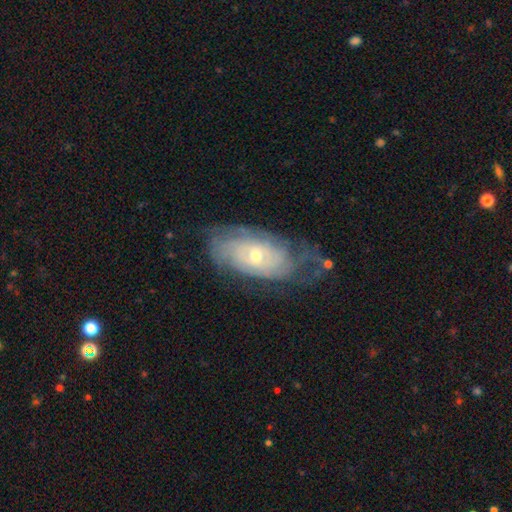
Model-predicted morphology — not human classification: Q: Smooth or featured?
A: featured or disk (78%); runner-up: smooth (16%)
Q: Edge-on disk?
A: no (93%); runner-up: yes (7%)
Q: Bar?
A: no (76%); runner-up: weak (20%)
Q: Spiral arms?
A: yes (88%); runner-up: no (12%)
Q: Spiral winding?
A: tight (71%); runner-up: medium (21%)
Q: Spiral arm count?
A: can't tell (57%); runner-up: 2 (15%)
Q: Bulge size?
A: small (53%); runner-up: moderate (43%)
Q: Merging?
A: none (59%); runner-up: minor disturbance (25%)